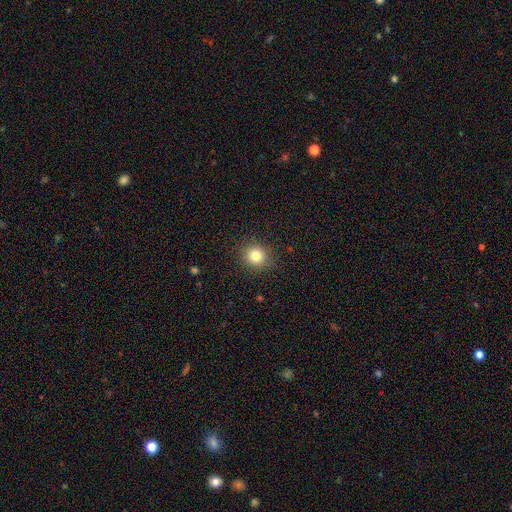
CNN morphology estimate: Overall: smooth (81%). How rounded: round (83%). Merging: none (88%).